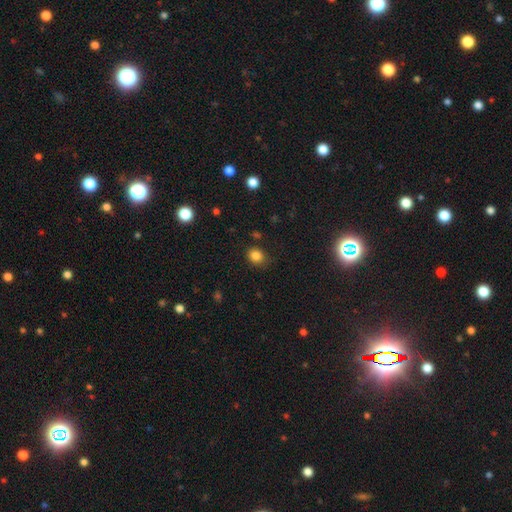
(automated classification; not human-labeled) The model was most divided on "how rounded": round: 66%, in between: 33%, cigar-shaped: 1%. More confident: smooth or featured — smooth (83%); merging — none (79%).